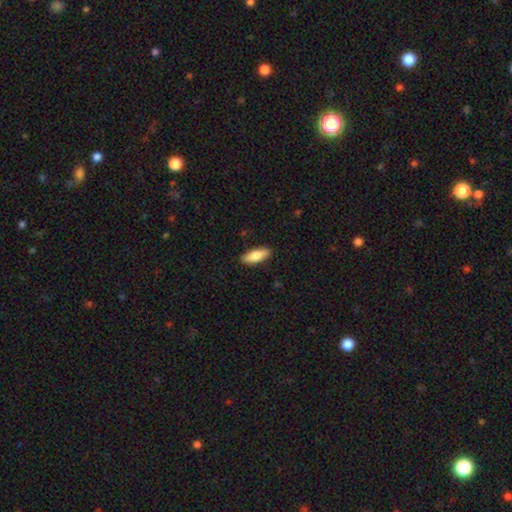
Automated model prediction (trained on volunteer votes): smooth-or-featured: smooth: 77% | featured or disk: 17% | star or artifact: 6%
  how-rounded: in between: 69% | cigar-shaped: 29% | round: 2%
  merging: none: 89% | minor disturbance: 8% | major disturbance: 2% | merger: 1%